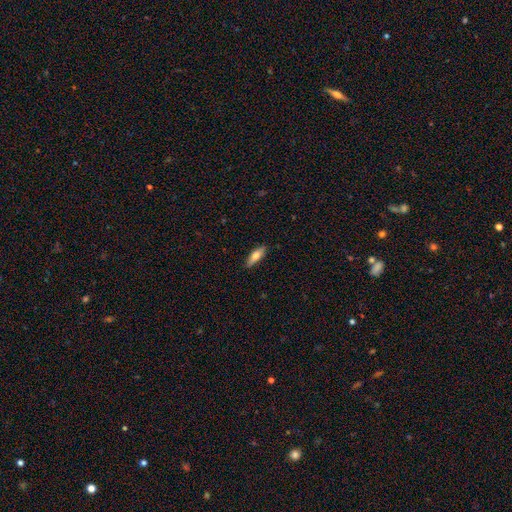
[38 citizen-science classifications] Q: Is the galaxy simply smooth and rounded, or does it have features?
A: smooth — 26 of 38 (68%).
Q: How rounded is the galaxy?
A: in between — 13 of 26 (50%, tied with cigar-shaped).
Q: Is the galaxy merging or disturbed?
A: none — 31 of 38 (82%).